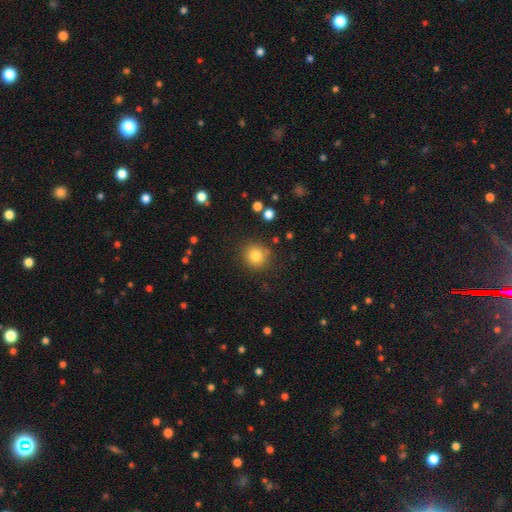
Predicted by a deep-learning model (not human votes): Smooth or featured?
  - smooth: 83% *
  - star or artifact: 11%
  - featured or disk: 6%
How rounded?
  - round: 91% *
  - in between: 9%
  - cigar-shaped: 1%
Merging?
  - none: 86% *
  - minor disturbance: 9%
  - major disturbance: 3%
  - merger: 3%